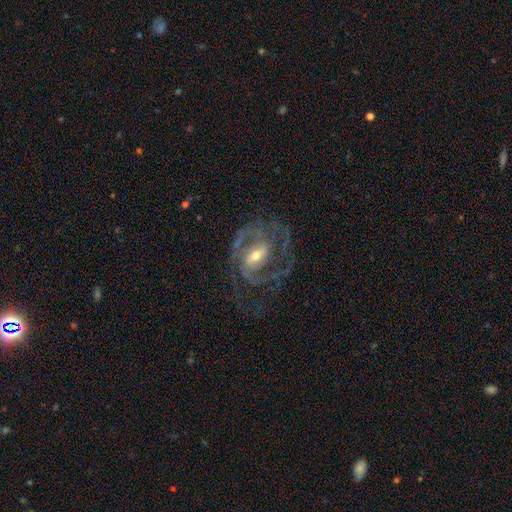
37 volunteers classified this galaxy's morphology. smooth_or_featured: featured or disk (p=0.89) [alt: smooth p=0.05]
disk_edge_on: no (p=1.00)
bar: weak (p=0.58) [alt: strong p=0.24]
has_spiral_arms: yes (p=0.88) [alt: no p=0.12]
spiral_winding: medium (p=0.52) [alt: loose p=0.31]
spiral_arm_count: 2 (p=0.48) [alt: can't tell p=0.28]
bulge_size: moderate (p=0.45) [tied with: small p=0.45]
merging: major disturbance (p=0.43) [alt: minor disturbance p=0.34]